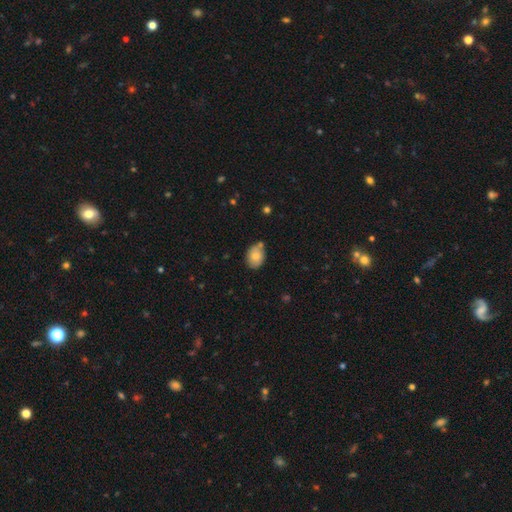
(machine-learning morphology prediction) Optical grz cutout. It shows a smooth galaxy with no disk features (78%) that is in between round and cigar-shaped (68%). Merging: none (68%).